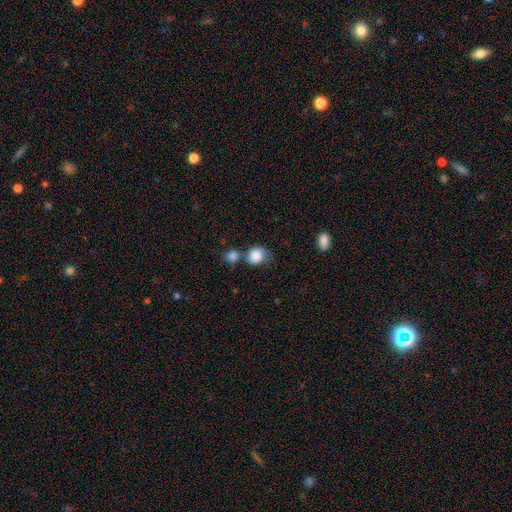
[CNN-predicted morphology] Overall: smooth (85%). How rounded: round (71%). Merging: none (38%; merger 33%).